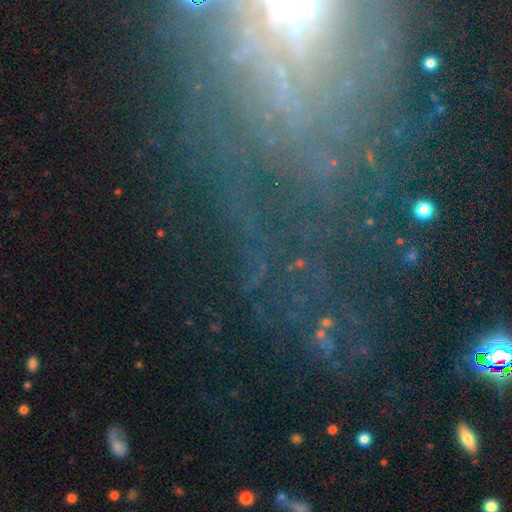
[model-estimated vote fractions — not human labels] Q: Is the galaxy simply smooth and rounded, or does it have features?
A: featured or disk — 43%, tied with star or artifact.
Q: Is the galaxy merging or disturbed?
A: none — 64%.